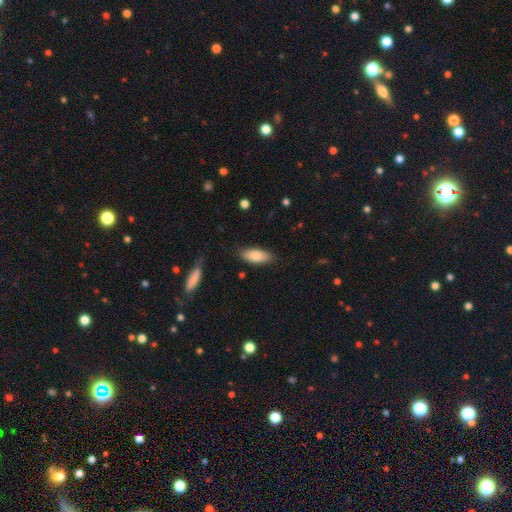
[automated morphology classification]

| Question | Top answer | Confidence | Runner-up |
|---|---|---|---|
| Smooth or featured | smooth | 79% | featured or disk (14%) |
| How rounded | in between | 81% | cigar-shaped (17%) |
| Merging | none | 82% | minor disturbance (14%) |